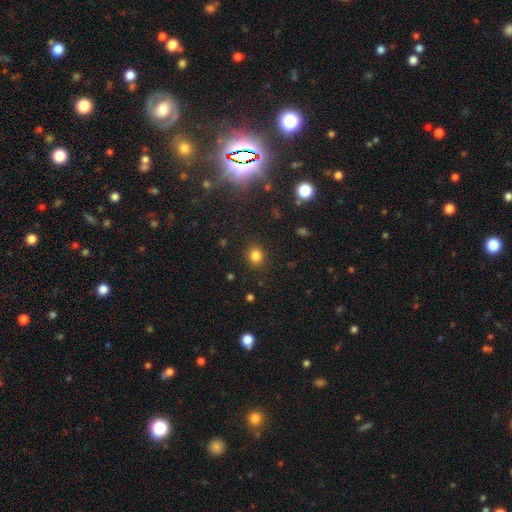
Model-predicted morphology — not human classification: This appears to be a smooth galaxy with no disk features (81%) that is round (81%). Merging: none (90%).